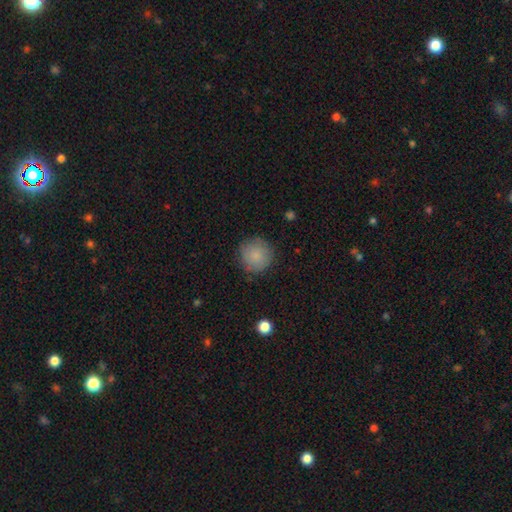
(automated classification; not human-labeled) Smooth or featured? smooth (86%)
How rounded? round (95%)
Merging? none (86%)